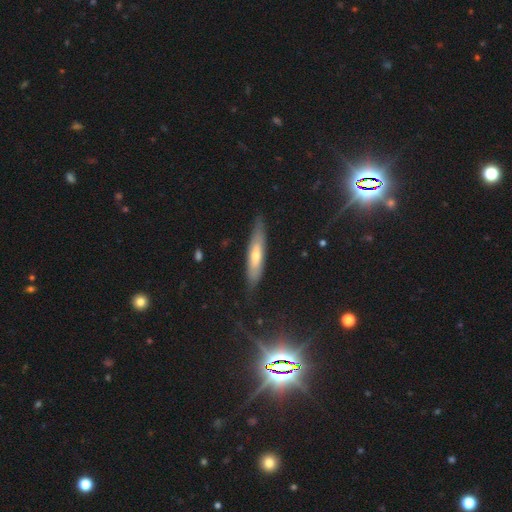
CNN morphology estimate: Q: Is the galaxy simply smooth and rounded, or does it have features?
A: smooth — 46%, tied with featured or disk.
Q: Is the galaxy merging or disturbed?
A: none — 78%.